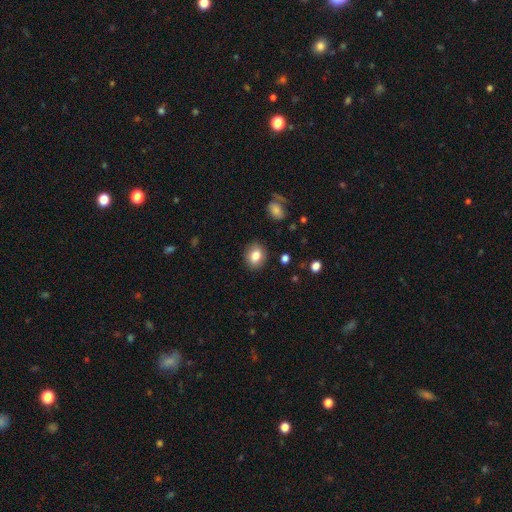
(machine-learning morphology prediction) Smooth or featured?
  - smooth: 82% *
  - star or artifact: 9%
  - featured or disk: 9%
How rounded?
  - round: 54% *
  - in between: 45%
  - cigar-shaped: 1%
Merging?
  - none: 88% *
  - minor disturbance: 8%
  - major disturbance: 2%
  - merger: 1%